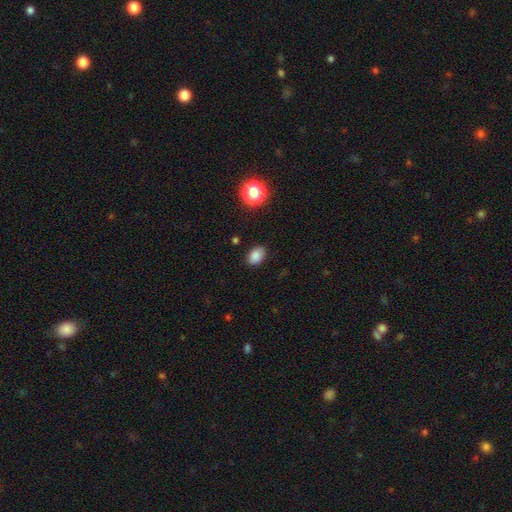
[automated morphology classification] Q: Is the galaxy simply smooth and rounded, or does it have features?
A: smooth — 84%.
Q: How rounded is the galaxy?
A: in between — 82%.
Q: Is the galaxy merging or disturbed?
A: none — 84%.